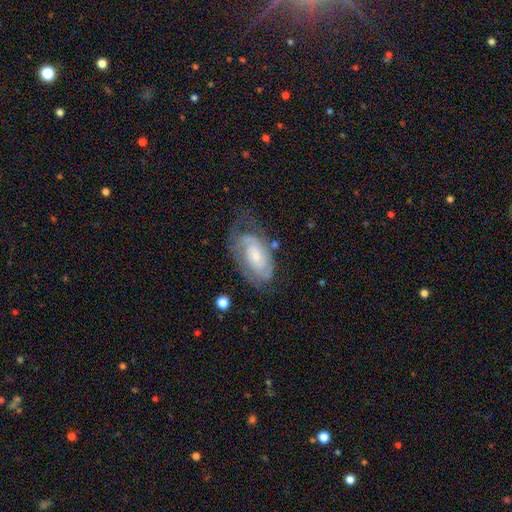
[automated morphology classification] This appears to be a featured or disk galaxy (70%) with no bar (69%), tight (59%) spiral arms (84%) and a small central bulge (60%). Merging: none (51%).